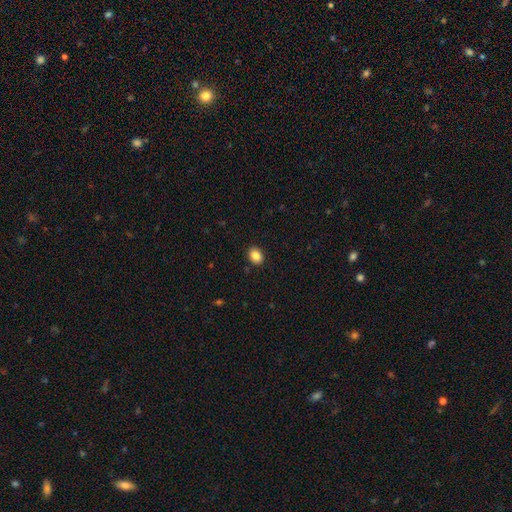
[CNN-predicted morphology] Smooth or featured? smooth (87%)
How rounded? in between (62%)
Merging? none (90%)